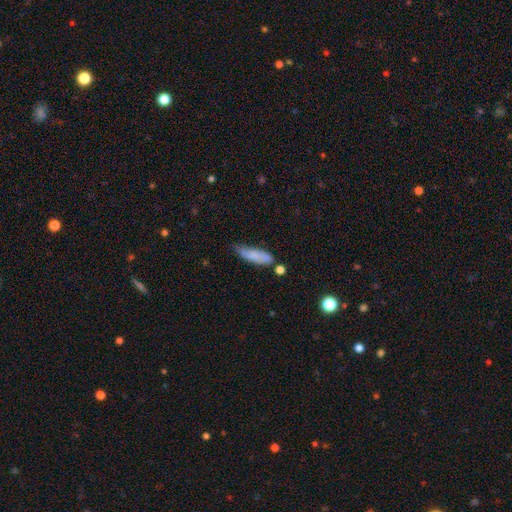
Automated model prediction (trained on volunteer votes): Q: Smooth or featured?
A: smooth (77%); runner-up: featured or disk (16%)
Q: How rounded?
A: cigar-shaped (53%); runner-up: in between (45%)
Q: Merging?
A: none (48%); runner-up: minor disturbance (36%)